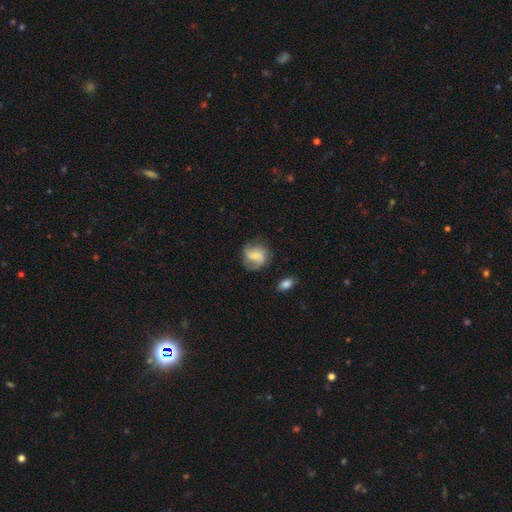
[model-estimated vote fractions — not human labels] Smooth or featured? Predicted: featured or disk (p=0.57). Edge-on disk? Predicted: no (p=0.97). Bar? Predicted: weak (p=0.46). Spiral arms? Predicted: yes (p=0.86). Bulge size? Predicted: small (p=0.52). Merging? Predicted: none (p=0.66).